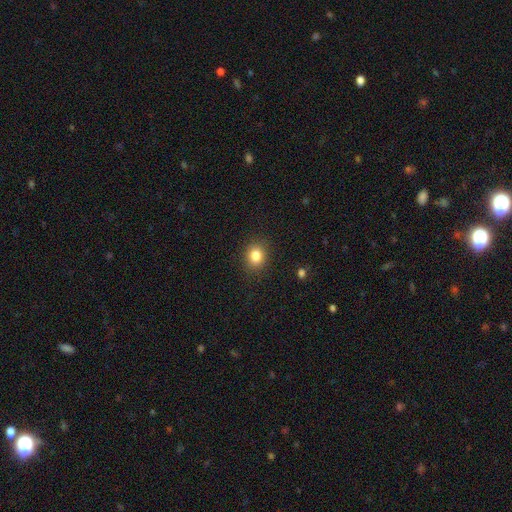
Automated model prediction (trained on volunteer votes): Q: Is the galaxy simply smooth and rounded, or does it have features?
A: smooth — 84%.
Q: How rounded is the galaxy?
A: round — 64%.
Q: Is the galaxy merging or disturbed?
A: none — 88%.